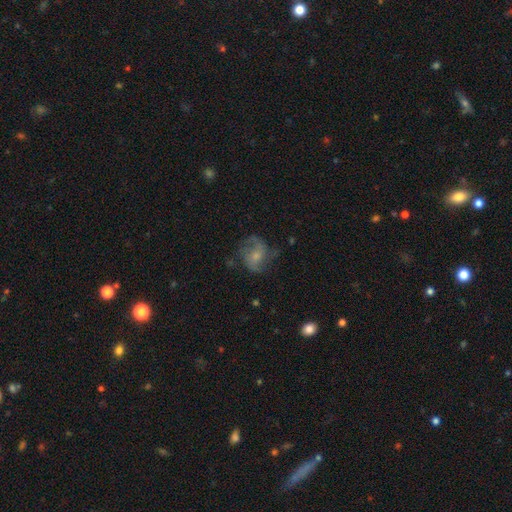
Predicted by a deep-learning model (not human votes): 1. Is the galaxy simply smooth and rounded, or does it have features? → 64% featured or disk, 27% smooth, 9% star or artifact.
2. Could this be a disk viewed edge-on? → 98% no, 2% yes.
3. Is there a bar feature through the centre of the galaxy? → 65% no, 30% weak, 5% strong.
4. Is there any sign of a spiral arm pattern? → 85% yes, 15% no.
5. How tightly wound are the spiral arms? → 46% medium, 38% loose, 16% tight.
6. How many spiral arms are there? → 48% 2, 21% 3, 18% can't tell, 5% 1, 5% 4, 3% more than 4.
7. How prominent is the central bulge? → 43% small, 40% moderate, 11% none, 5% large, 1% dominant.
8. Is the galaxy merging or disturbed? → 58% none, 22% minor disturbance, 18% major disturbance, 2% merger.